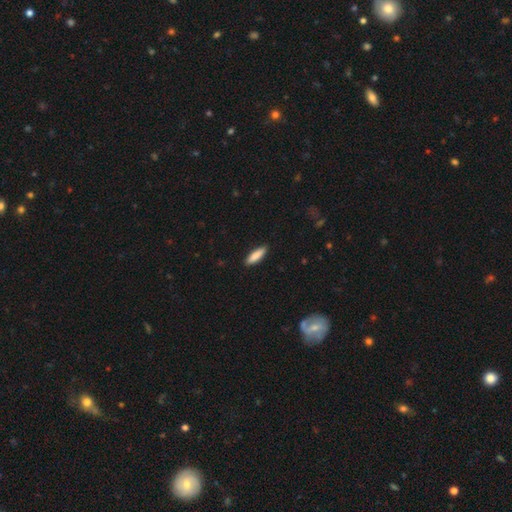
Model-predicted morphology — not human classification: This appears to be a smooth galaxy with no disk features (86%) that is cigar-shaped (54%). Merging: none (88%).